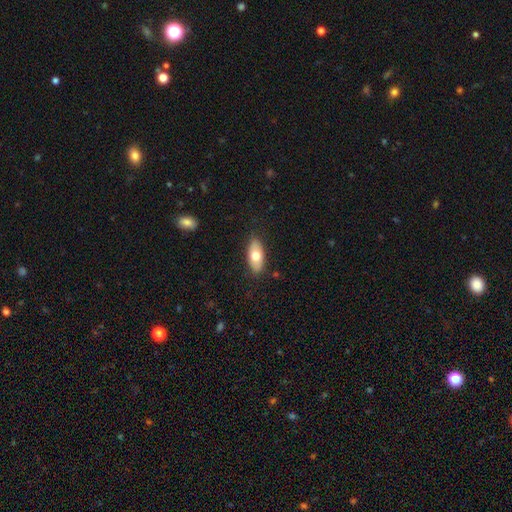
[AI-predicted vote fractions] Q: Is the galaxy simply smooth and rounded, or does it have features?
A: smooth — 70%.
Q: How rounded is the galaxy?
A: in between — 87%.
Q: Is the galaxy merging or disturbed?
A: none — 86%.